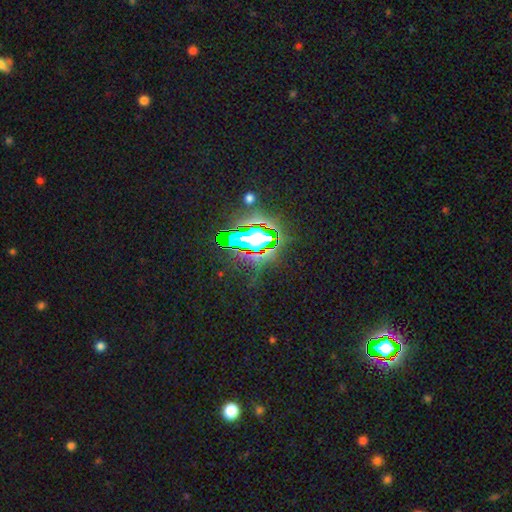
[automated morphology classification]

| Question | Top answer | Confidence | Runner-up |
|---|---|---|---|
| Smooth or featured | star or artifact | 76% | smooth (13%) |